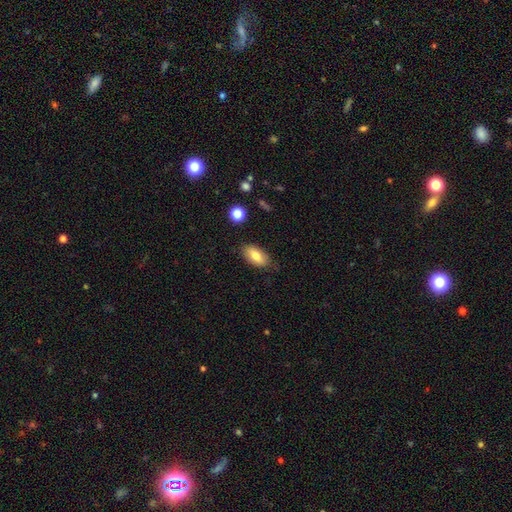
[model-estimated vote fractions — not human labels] The model was most divided on "merging": none: 80%, minor disturbance: 15%, major disturbance: 3%, merger: 2%. More confident: how rounded — in between (91%); smooth or featured — smooth (79%).